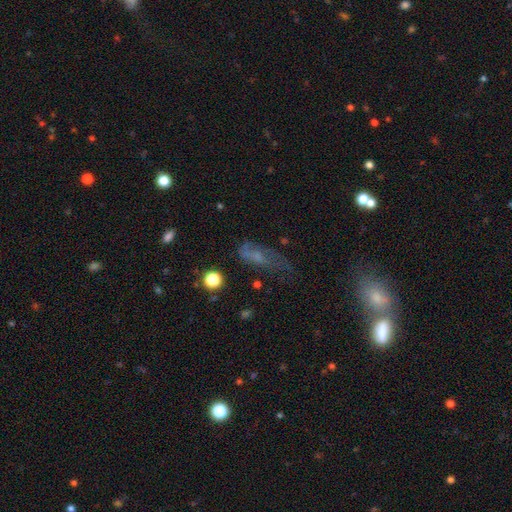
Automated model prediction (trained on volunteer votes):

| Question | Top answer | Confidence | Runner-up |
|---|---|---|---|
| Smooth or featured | smooth | 45% | featured or disk (36%) |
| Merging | none | 38% | major disturbance (32%) |